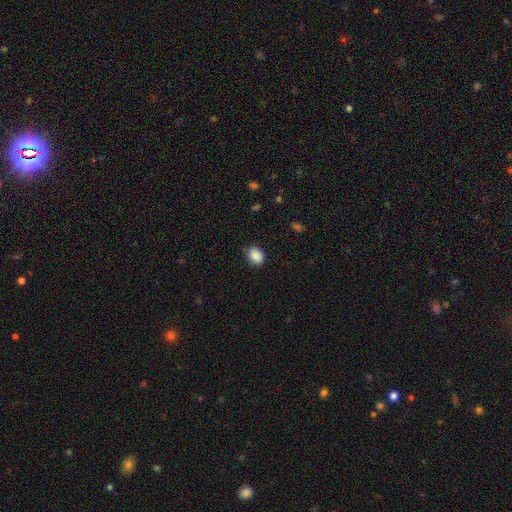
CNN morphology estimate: Smooth or featured?
  - smooth: 89% *
  - star or artifact: 8%
  - featured or disk: 3%
How rounded?
  - in between: 61% *
  - round: 38%
  - cigar-shaped: 1%
Merging?
  - none: 83% *
  - minor disturbance: 13%
  - major disturbance: 3%
  - merger: 1%